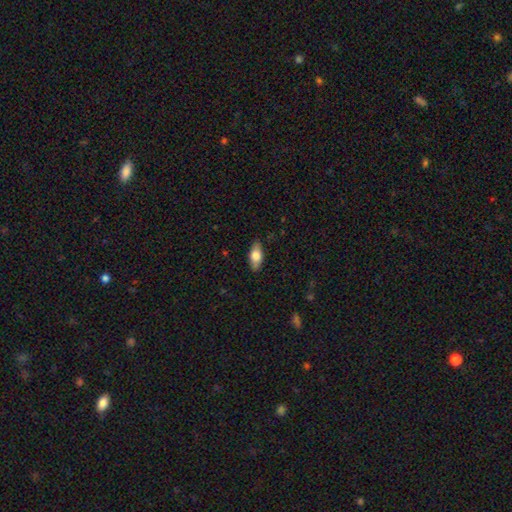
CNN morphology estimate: type=smooth (74%); roundness=in between (84%); merging=none (85%).